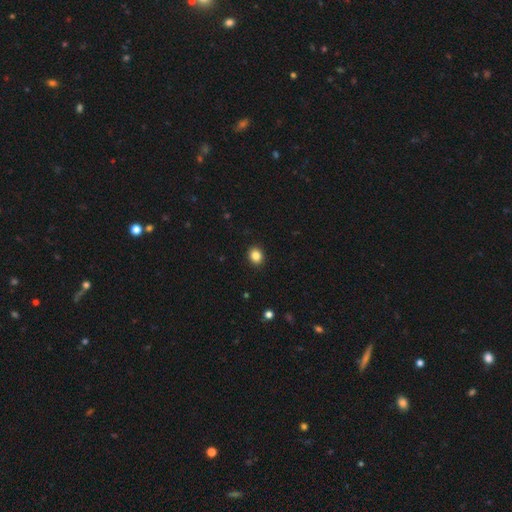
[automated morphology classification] Smooth or featured: smooth — 85% (star or artifact — 10%)
How rounded: round — 65% (in between — 34%)
Merging: none — 92% (minor disturbance — 6%)